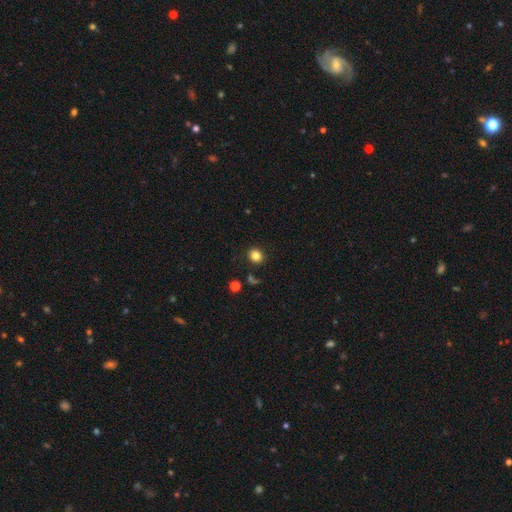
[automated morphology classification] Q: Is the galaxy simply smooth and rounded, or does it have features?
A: smooth — 82%.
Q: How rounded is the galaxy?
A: round — 76%.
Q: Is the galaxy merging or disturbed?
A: none — 86%.